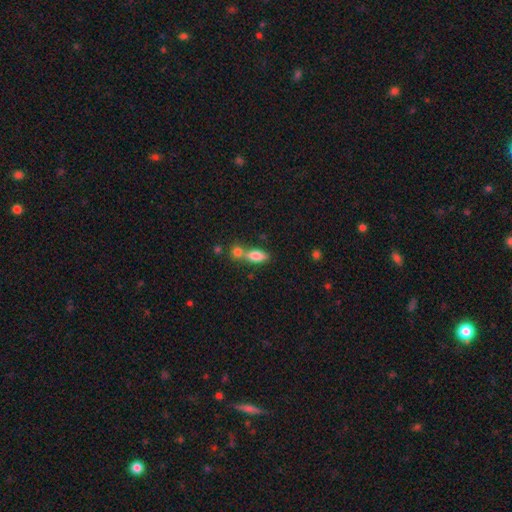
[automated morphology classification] smooth 80%, featured or disk 12%, star or artifact 8%. Down the decision tree: how rounded — in between (80%); merging — none (43%).